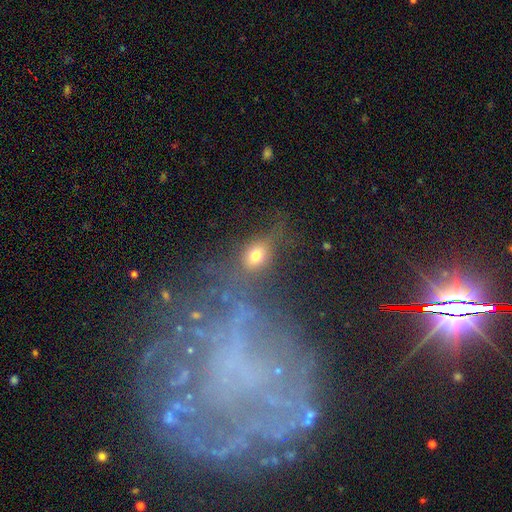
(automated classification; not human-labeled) smooth 58%, featured or disk 23%, star or artifact 19%. Down the decision tree: how rounded — in between (57%); merging — none (51%).